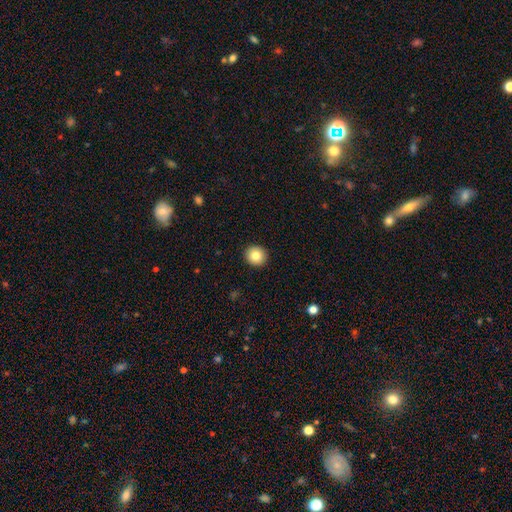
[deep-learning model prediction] Smooth or featured: smooth — 83% (star or artifact — 9%)
How rounded: round — 92% (in between — 7%)
Merging: none — 93% (minor disturbance — 4%)